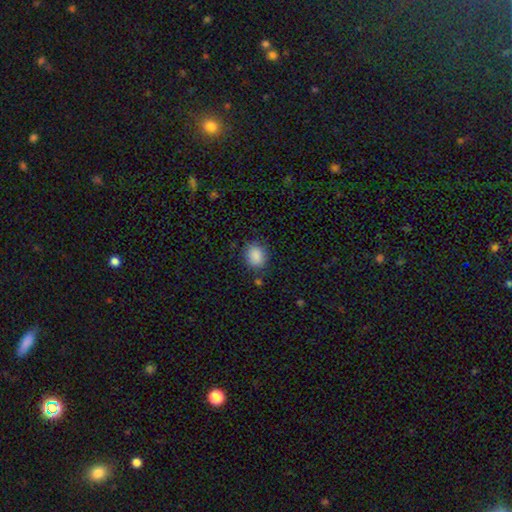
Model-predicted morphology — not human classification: This appears to be a smooth galaxy with no disk features (87%) that is round (67%). Merging: none (81%).